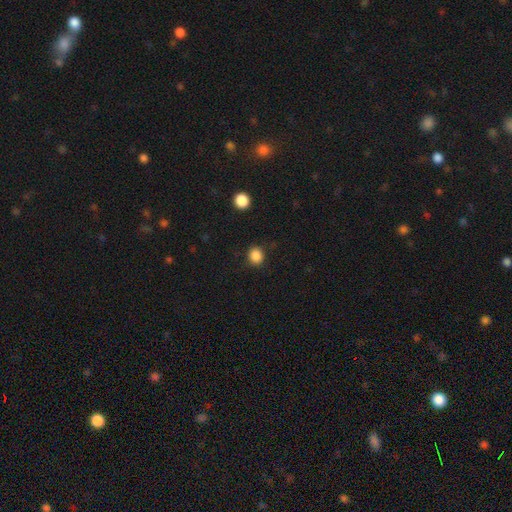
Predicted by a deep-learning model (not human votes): smooth 87%, star or artifact 11%, featured or disk 3%. Down the decision tree: how rounded — round (77%); merging — none (88%).